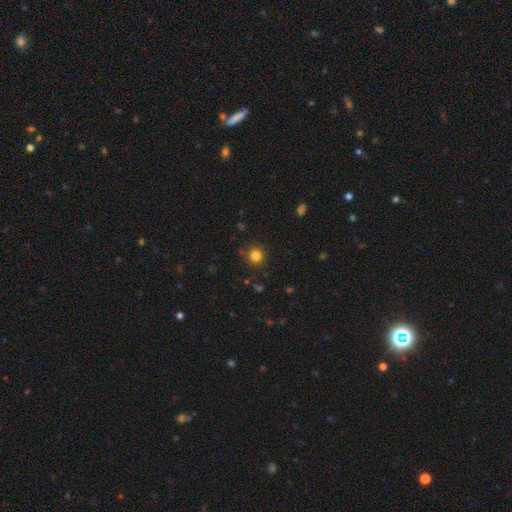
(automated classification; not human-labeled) This appears to be a smooth galaxy with no disk features (82%) that is round (91%). Merging: none (86%).